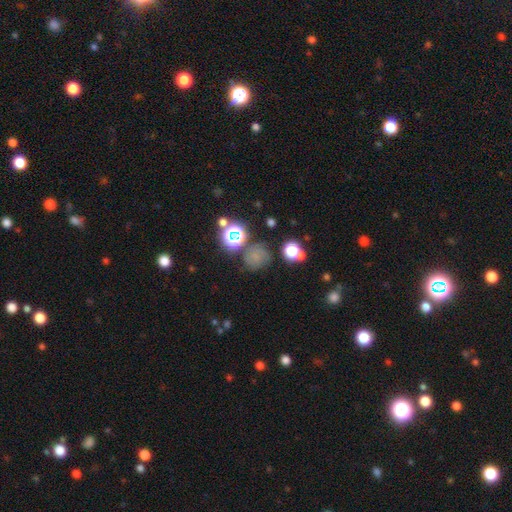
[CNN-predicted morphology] Smooth or featured: smooth — 46% (star or artifact — 39%)
Merging: none — 68% (minor disturbance — 15%)